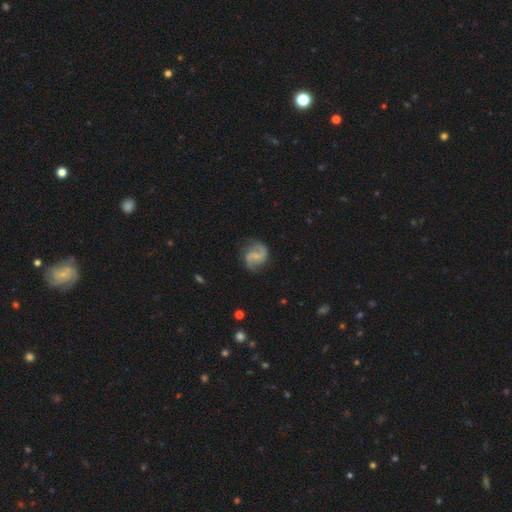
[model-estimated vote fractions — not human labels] Smooth or featured? Predicted: featured or disk (p=0.79). Edge-on disk? Predicted: no (p=0.98). Bar? Predicted: weak (p=0.47). Spiral arms? Predicted: yes (p=0.95). Spiral winding? Predicted: medium (p=0.46). Spiral arm count? Predicted: 2 (p=0.90). Bulge size? Predicted: small (p=0.46). Merging? Predicted: none (p=0.75).